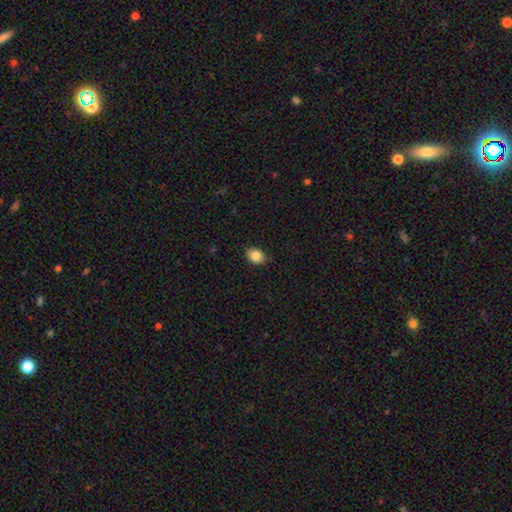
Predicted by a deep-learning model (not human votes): Overall: smooth (86%). How rounded: in between (67%; round 32%). Merging: none (85%).